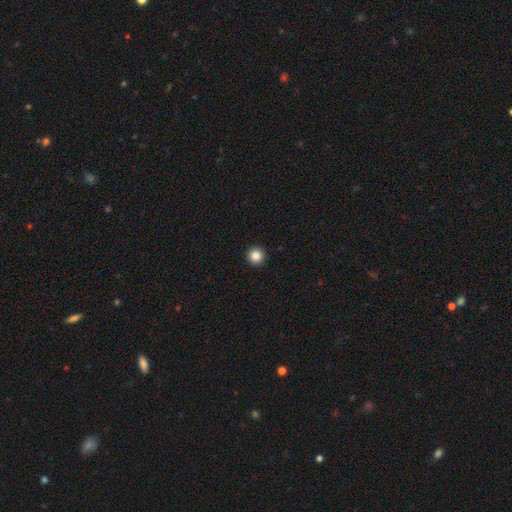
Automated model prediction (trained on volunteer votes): smooth 87%, star or artifact 10%, featured or disk 3%. Down the decision tree: how rounded — round (96%); merging — none (94%).